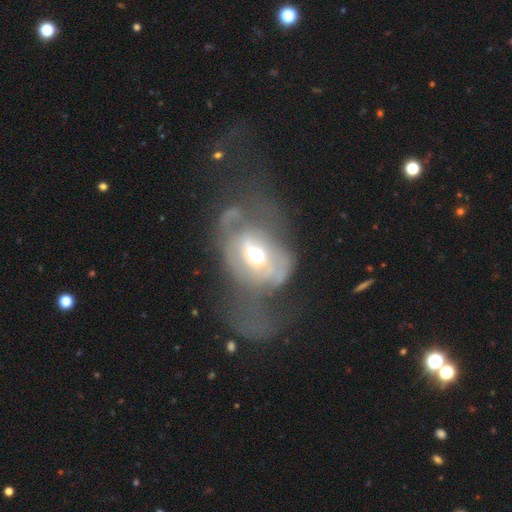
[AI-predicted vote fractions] This appears to be a featured or disk galaxy (67%) with no bar (60%), no spiral arms (52%) and a moderate central bulge (69%). Merging: major disturbance (60%).